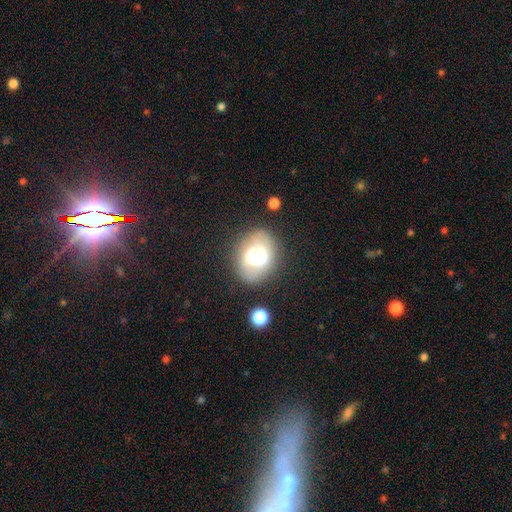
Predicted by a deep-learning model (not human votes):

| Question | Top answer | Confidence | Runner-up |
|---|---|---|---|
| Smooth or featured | smooth | 56% | featured or disk (34%) |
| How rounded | in between | 56% | round (43%) |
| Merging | none | 69% | minor disturbance (18%) |